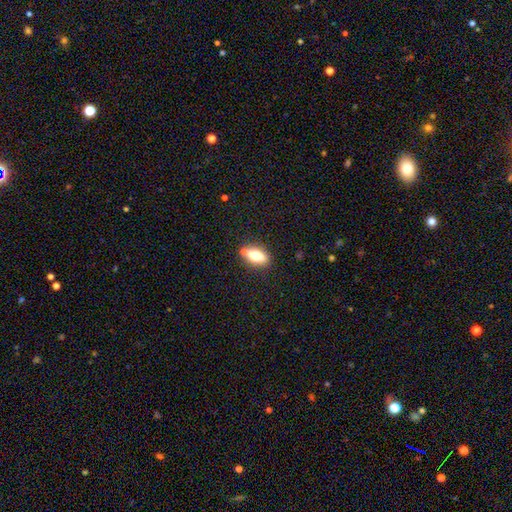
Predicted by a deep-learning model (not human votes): Morphology: type=smooth (70%); roundness=in between (81%); merging=none (73%).